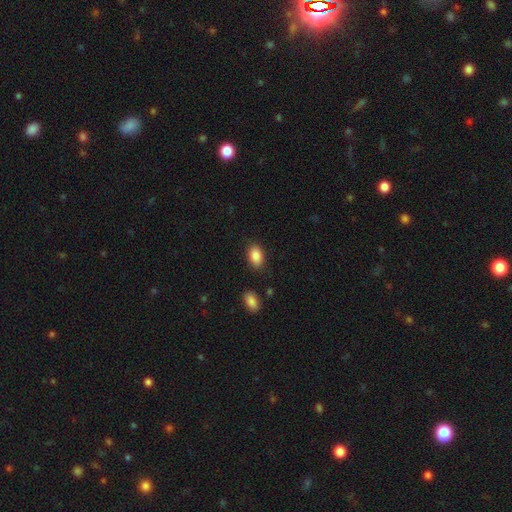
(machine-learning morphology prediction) The model was most divided on "merging": none: 84%, minor disturbance: 11%, major disturbance: 3%, merger: 2%. More confident: how rounded — in between (89%); smooth or featured — smooth (88%).